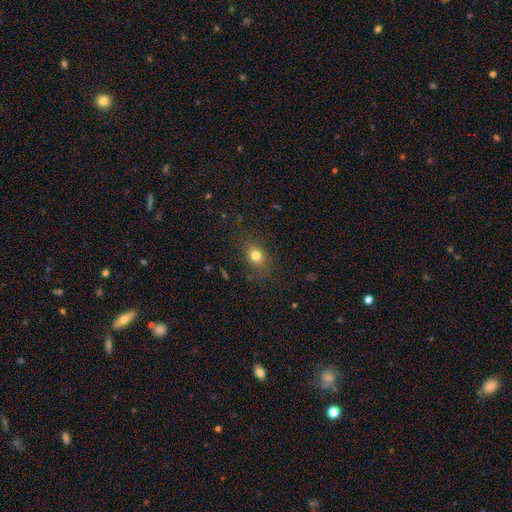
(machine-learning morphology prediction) This appears to be a smooth galaxy with no disk features (78%) that is in between round and cigar-shaped (50%). Merging: none (79%).